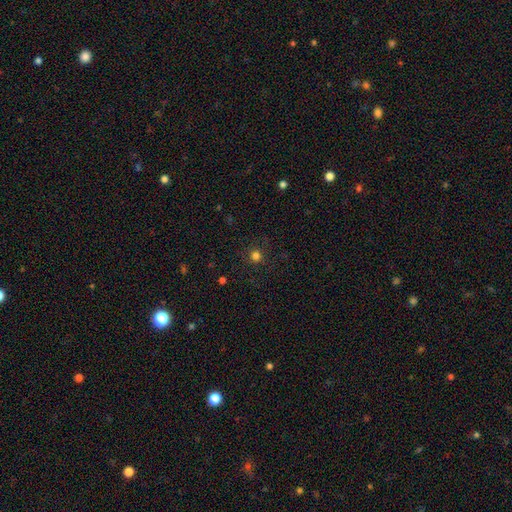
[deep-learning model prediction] A smooth galaxy with no disk features (78%) that is round (94%). Merging: none (89%).